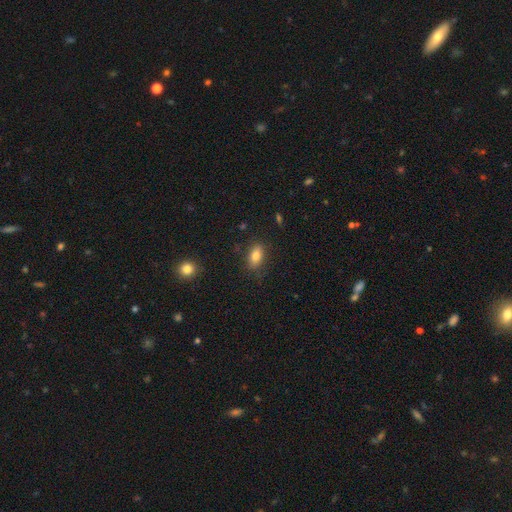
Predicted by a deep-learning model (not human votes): smooth-or-featured: smooth: 81% | featured or disk: 10% | star or artifact: 9%
  how-rounded: in between: 86% | round: 8% | cigar-shaped: 5%
  merging: none: 83% | minor disturbance: 12% | major disturbance: 3% | merger: 2%